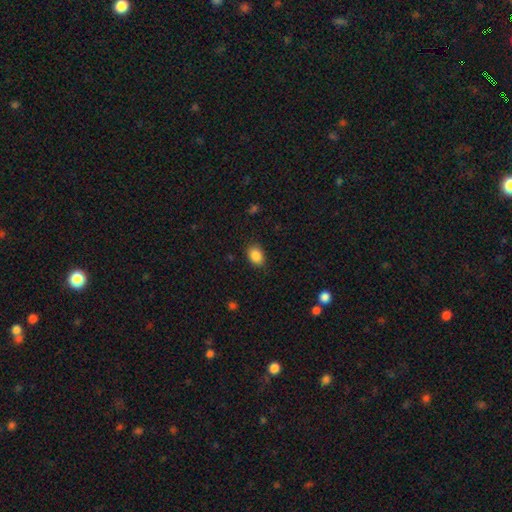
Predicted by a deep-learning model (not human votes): A smooth galaxy with no disk features (87%) that is in between round and cigar-shaped (70%).

Vote fractions:
- Smooth or featured? smooth: 87% / star or artifact: 9% / featured or disk: 4%
- How rounded? in between: 70% / round: 29% / cigar-shaped: 1%
- Merging? none: 85% / minor disturbance: 12% / major disturbance: 3% / merger: 1%